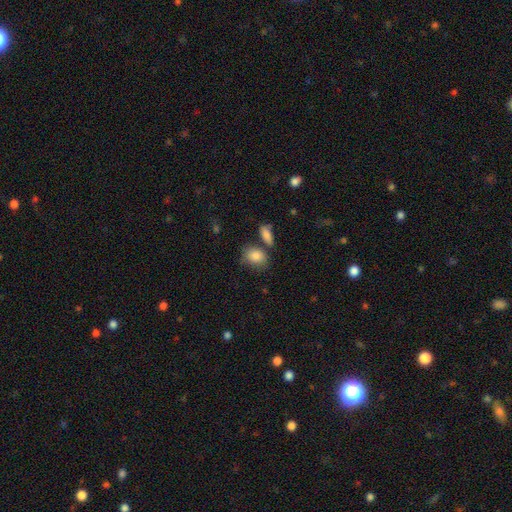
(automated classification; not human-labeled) smooth 86%, featured or disk 7%, star or artifact 7%. Down the decision tree: how rounded — in between (71%); merging — none (60%).